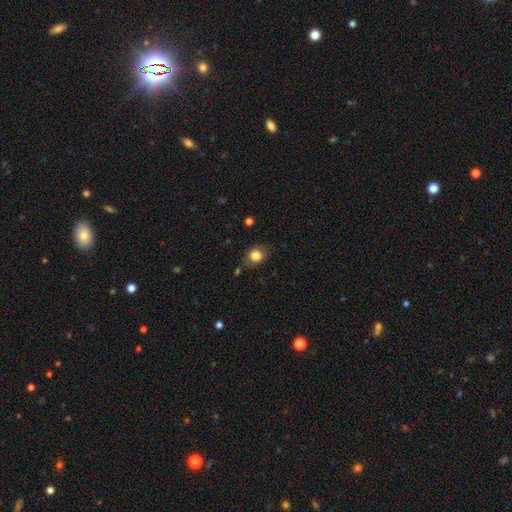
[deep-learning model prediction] Smooth or featured? smooth (82%)
How rounded? round (57%)
Merging? none (78%)